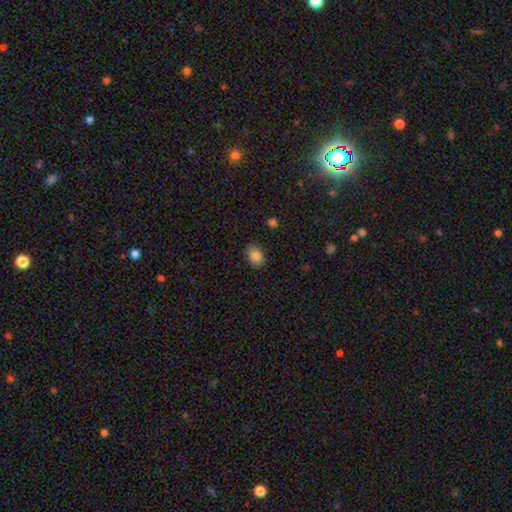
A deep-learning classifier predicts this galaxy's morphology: The model was most divided on "how rounded": in between: 81%, round: 18%, cigar-shaped: 1%. More confident: smooth or featured — smooth (86%); merging — none (82%).